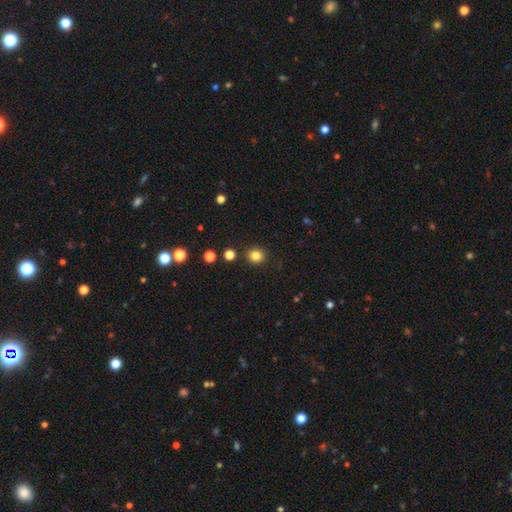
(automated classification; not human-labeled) The model was most divided on "smooth or featured": smooth: 83%, star or artifact: 13%, featured or disk: 5%. More confident: how rounded — round (90%); merging — none (89%).